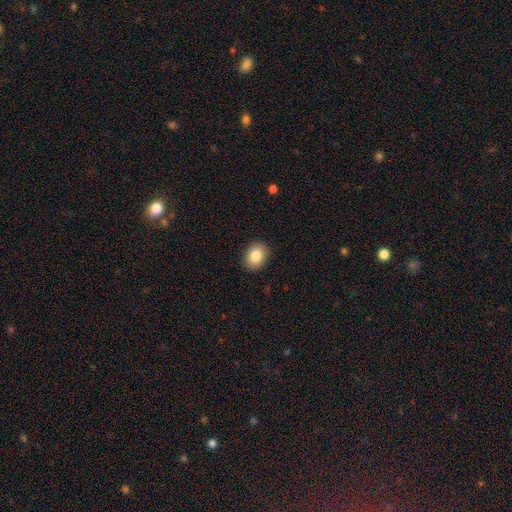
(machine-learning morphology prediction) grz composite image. It shows a smooth galaxy with no disk features (85%) that is in between round and cigar-shaped (64%). Merging: none (90%).